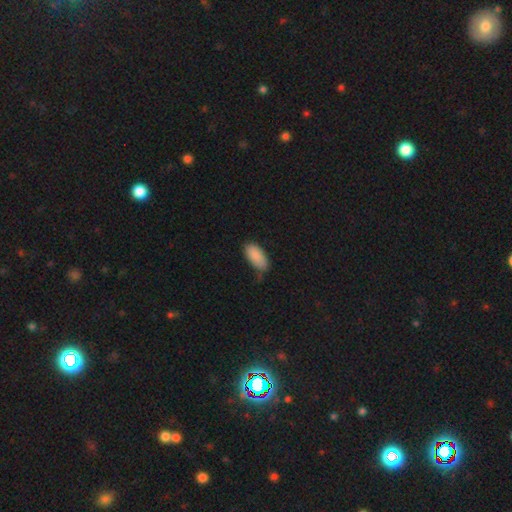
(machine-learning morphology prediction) Smooth or featured: smooth — 89% (star or artifact — 7%)
How rounded: in between — 93% (cigar-shaped — 5%)
Merging: none — 62% (minor disturbance — 30%)